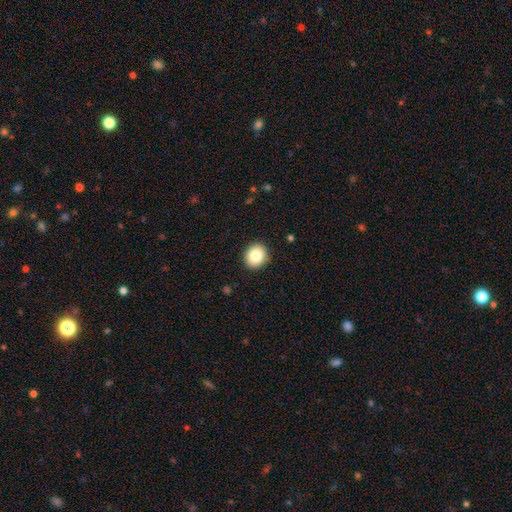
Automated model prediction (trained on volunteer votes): smooth-or-featured: smooth: 84% | star or artifact: 9% | featured or disk: 7%
  how-rounded: round: 76% | in between: 23% | cigar-shaped: 1%
  merging: none: 91% | minor disturbance: 6% | major disturbance: 2% | merger: 1%